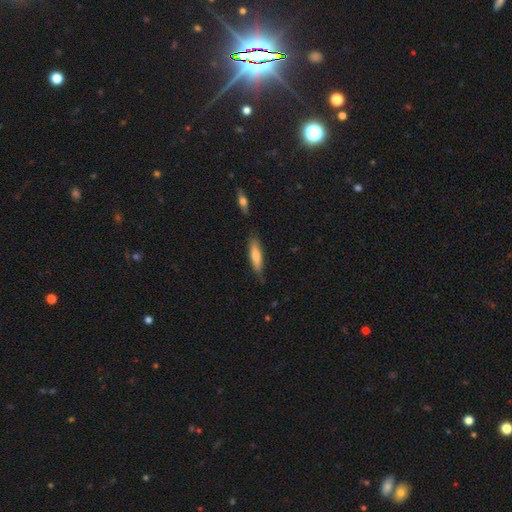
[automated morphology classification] smooth-or-featured: smooth: 70% | featured or disk: 24% | star or artifact: 6%
  how-rounded: cigar-shaped: 73% | in between: 26% | round: 1%
  merging: none: 76% | minor disturbance: 18% | major disturbance: 3% | merger: 3%